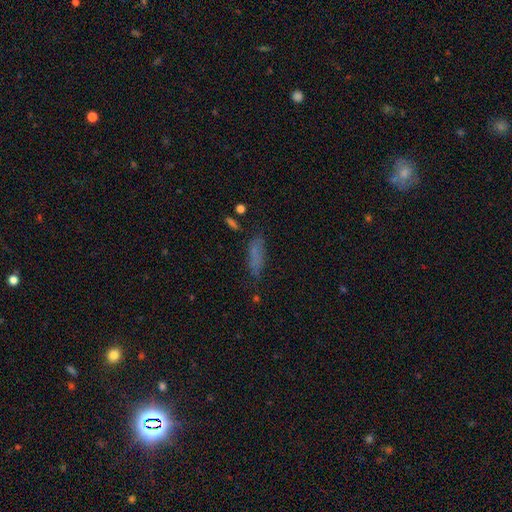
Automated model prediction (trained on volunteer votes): This appears to be a smooth galaxy with no disk features (68%) that is cigar-shaped (58%). Merging: none (64%).